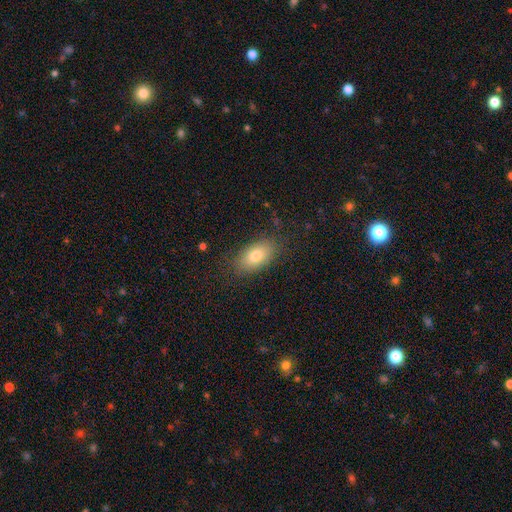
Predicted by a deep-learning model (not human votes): smooth-or-featured: smooth: 77% | featured or disk: 14% | star or artifact: 9%
  how-rounded: in between: 90% | round: 7% | cigar-shaped: 4%
  merging: none: 83% | minor disturbance: 12% | major disturbance: 4% | merger: 1%